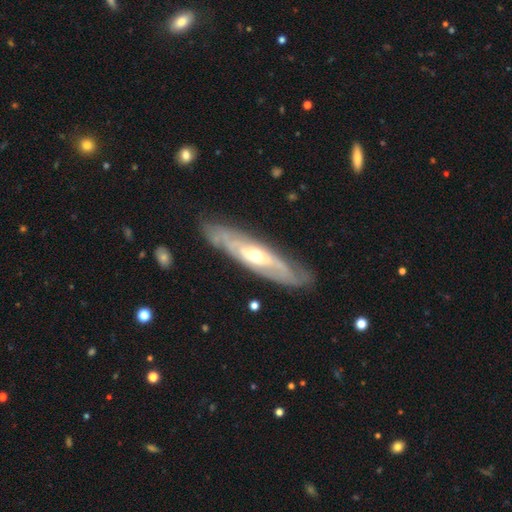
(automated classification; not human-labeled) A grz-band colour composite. It shows a featured or disk galaxy (79%) with no bar (68%), spiral arms (73%) and a moderate central bulge (69%). Merging: none (79%).